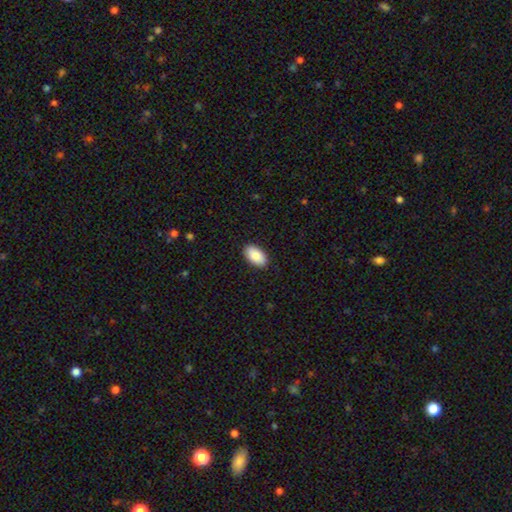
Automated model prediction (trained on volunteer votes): smooth_or_featured: smooth (p=0.87) [alt: featured or disk p=0.07]
how_rounded: in between (p=0.95) [alt: round p=0.04]
merging: none (p=0.90) [alt: minor disturbance p=0.07]